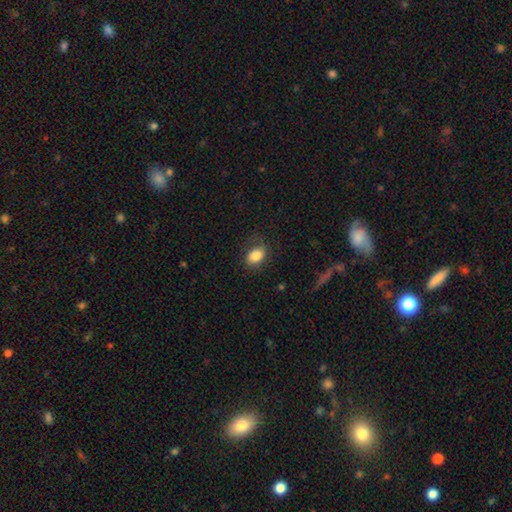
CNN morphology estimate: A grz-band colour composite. It shows a smooth galaxy with no disk features (83%) that is in between round and cigar-shaped (83%). Merging: none (72%).